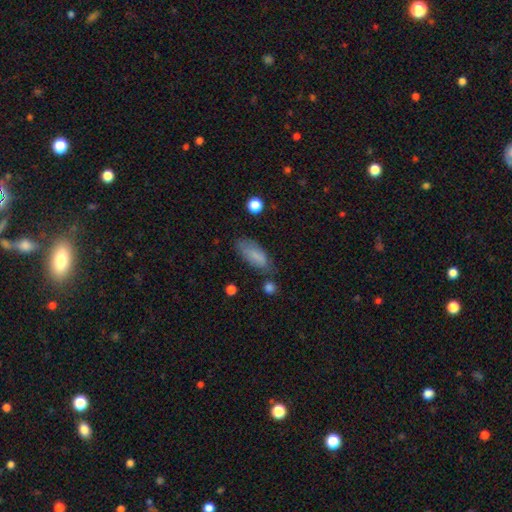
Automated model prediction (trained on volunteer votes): smooth_or_featured: smooth (p=0.80) [alt: featured or disk p=0.12]
how_rounded: in between (p=0.76) [alt: cigar-shaped p=0.21]
merging: none (p=0.63) [alt: minor disturbance p=0.25]